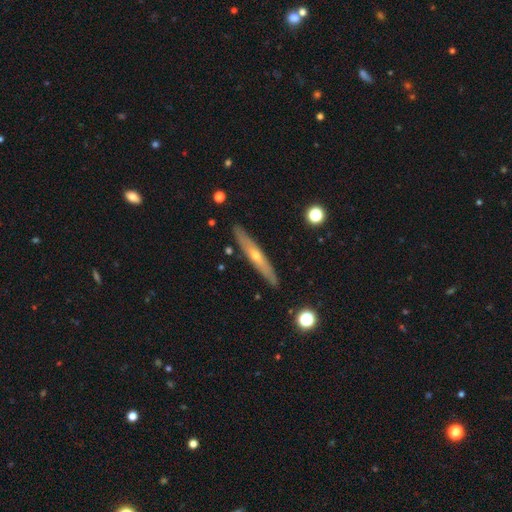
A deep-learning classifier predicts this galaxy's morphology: This is likely a featured or disk galaxy (64%). It is clearly viewed edge-on (90%). Edge-on bulge: likely rounded (75%). Merging: clearly none (89%).